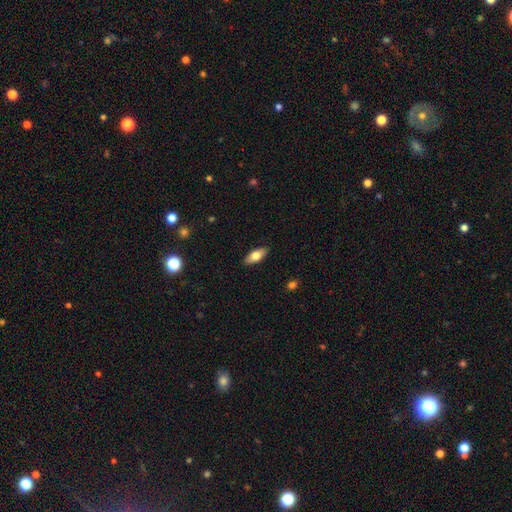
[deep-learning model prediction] Smooth or featured? Predicted: smooth (p=0.68). How rounded? Predicted: in between (p=0.80). Merging? Predicted: none (p=0.89).